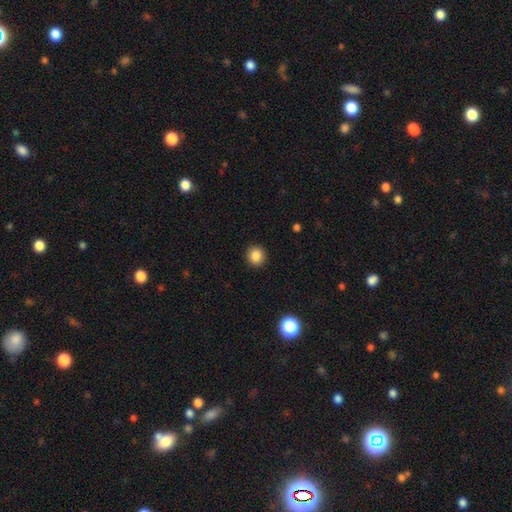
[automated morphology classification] smooth-or-featured: smooth: 86% | star or artifact: 10% | featured or disk: 4%
  how-rounded: round: 88% | in between: 11% | cigar-shaped: 1%
  merging: none: 91% | minor disturbance: 6% | major disturbance: 2% | merger: 1%